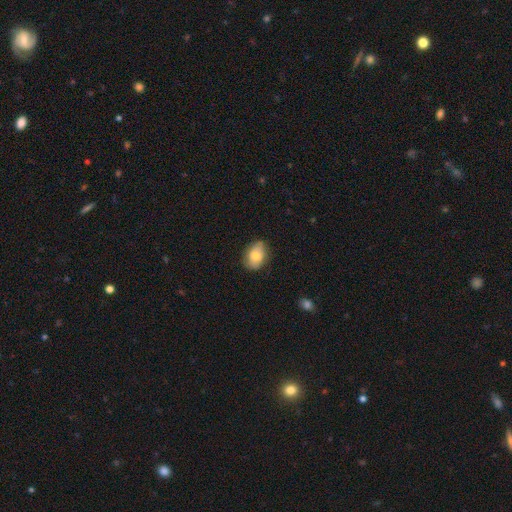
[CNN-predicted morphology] Q: Smooth or featured?
A: smooth (74%); runner-up: featured or disk (18%)
Q: How rounded?
A: in between (80%); runner-up: round (18%)
Q: Merging?
A: none (77%); runner-up: minor disturbance (18%)